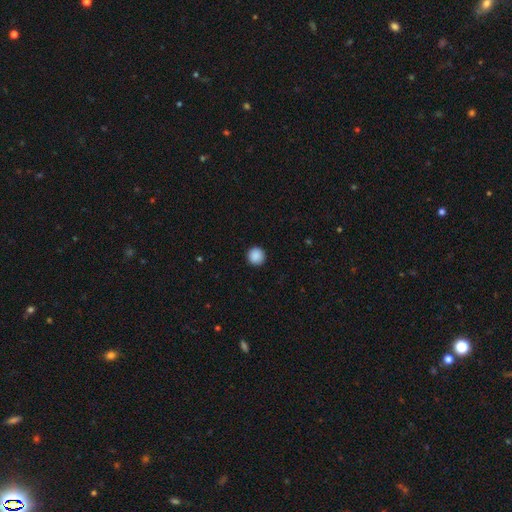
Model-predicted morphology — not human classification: This is clearly a smooth galaxy (89%). How rounded: clearly round (95%). Merging: clearly none (93%).